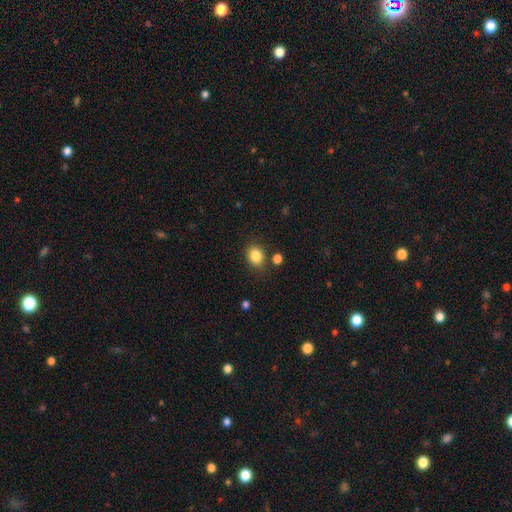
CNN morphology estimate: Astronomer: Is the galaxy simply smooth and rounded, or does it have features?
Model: smooth — 84%.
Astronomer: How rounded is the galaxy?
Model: round — 56% (runner-up: in between, 43%).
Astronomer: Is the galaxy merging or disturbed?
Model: none — 80%.